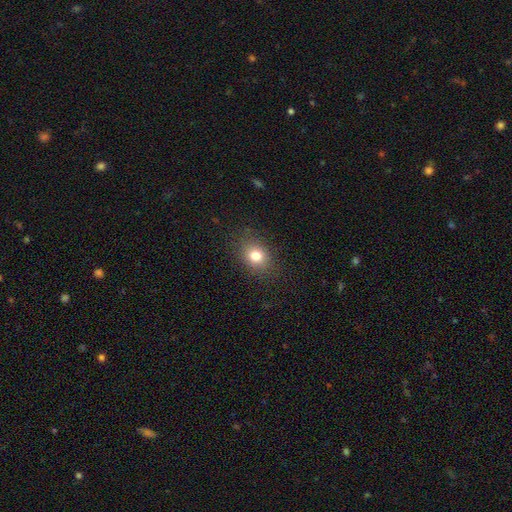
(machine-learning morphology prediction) smooth 77%, star or artifact 14%, featured or disk 9%. Down the decision tree: how rounded — round (56%); merging — none (86%).